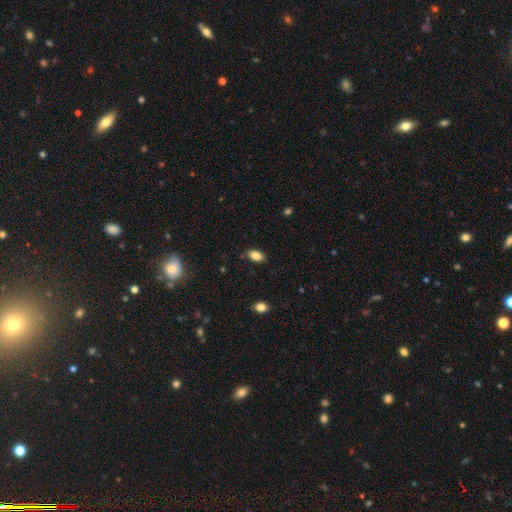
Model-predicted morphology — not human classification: The model was most divided on "merging": none: 85%, minor disturbance: 11%, major disturbance: 2%, merger: 1%. More confident: how rounded — in between (90%); smooth or featured — smooth (85%).